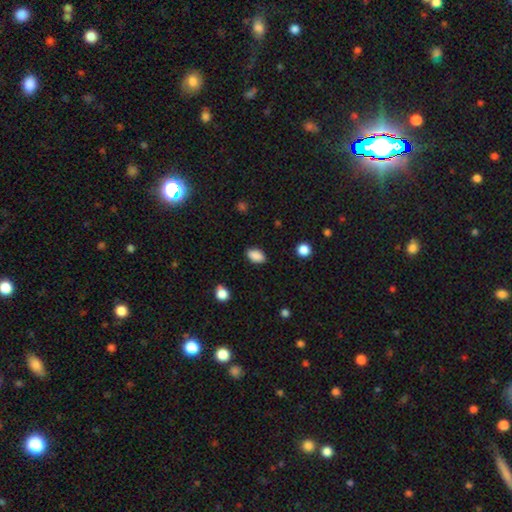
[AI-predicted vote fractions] smooth_or_featured: smooth (p=0.88) [alt: star or artifact p=0.08]
how_rounded: in between (p=0.91) [alt: round p=0.06]
merging: none (p=0.86) [alt: minor disturbance p=0.10]